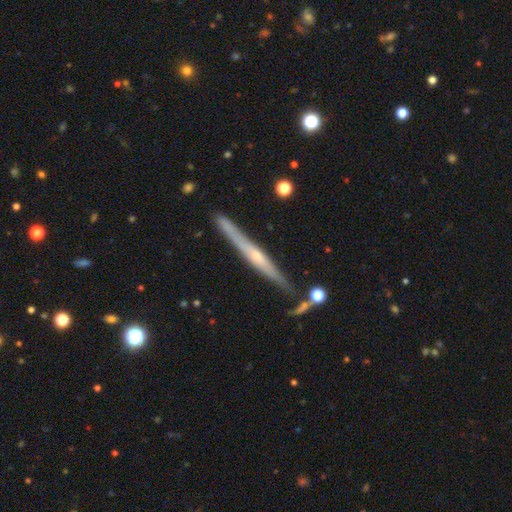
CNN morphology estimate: smooth-or-featured: featured or disk: 73% | smooth: 21% | star or artifact: 6%
  disk-edge-on: yes: 97% | no: 3%
    edge-on-bulge: rounded: 53% | none: 40% | boxy: 8%
  merging: none: 83% | minor disturbance: 11% | merger: 4% | major disturbance: 2%